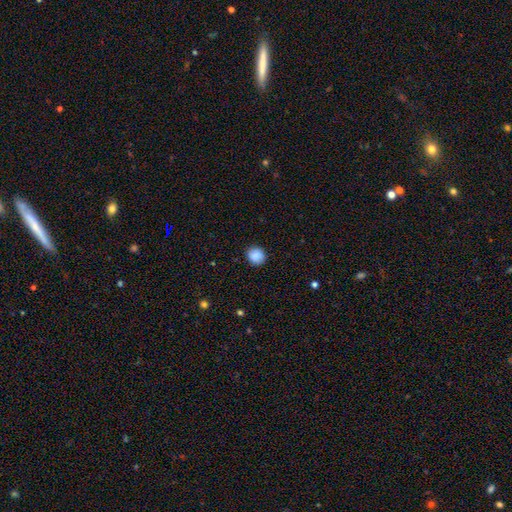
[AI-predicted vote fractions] This appears to be a smooth galaxy with no disk features (89%) that is round (87%). Merging: none (89%).